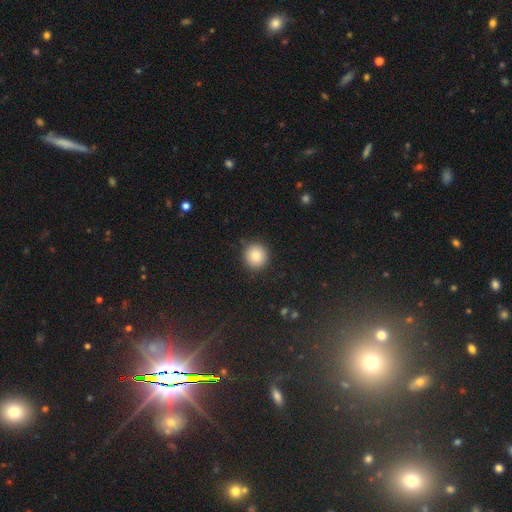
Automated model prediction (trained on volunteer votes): Smooth or featured: smooth — 85% (star or artifact — 9%)
How rounded: round — 93% (in between — 6%)
Merging: none — 90% (minor disturbance — 7%)